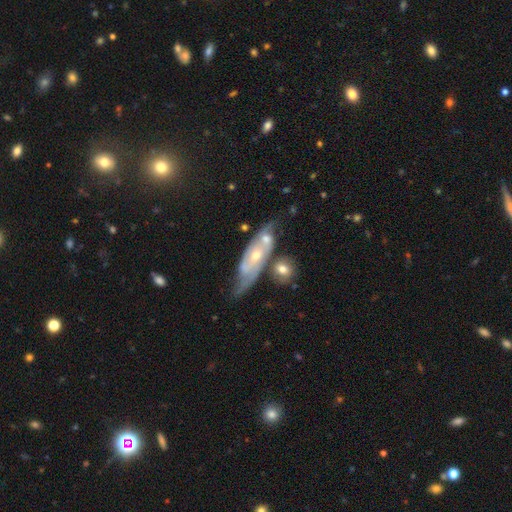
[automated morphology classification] smooth-or-featured: featured or disk: 77% | smooth: 16% | star or artifact: 7%
  disk-edge-on: no: 82% | yes: 18%
    bar: no: 66% | weak: 27% | strong: 7%
    has-spiral-arms: yes: 88% | no: 12%
      spiral-winding: tight: 52% | medium: 36% | loose: 13%
      spiral-arm-count: 2: 53% | can't tell: 32% | 3: 7% | 1: 4% | 4: 2% | more than 4: 2%
    bulge-size: small: 51% | moderate: 45% | none: 2% | large: 2% | dominant: 1%
  merging: none: 49% | merger: 23% | minor disturbance: 20% | major disturbance: 8%